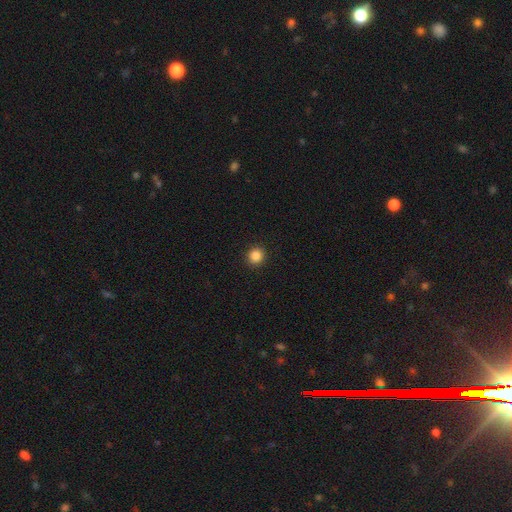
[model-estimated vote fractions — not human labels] smooth-or-featured: smooth: 85% | star or artifact: 11% | featured or disk: 3%
  how-rounded: round: 93% | in between: 6% | cigar-shaped: 1%
  merging: none: 93% | minor disturbance: 5% | major disturbance: 2% | merger: 1%